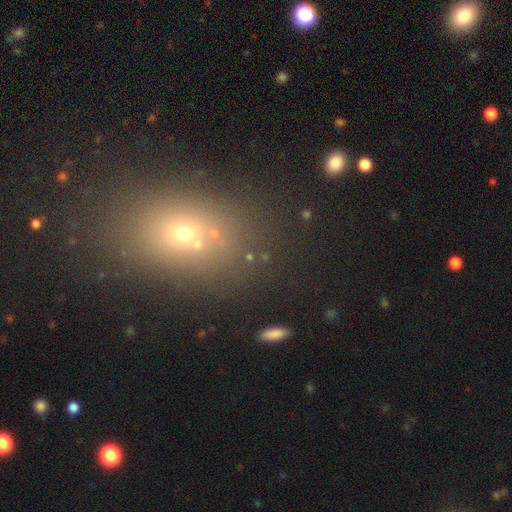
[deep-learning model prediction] smooth-or-featured: smooth: 51% | star or artifact: 33% | featured or disk: 17%
  how-rounded: in between: 60% | round: 37% | cigar-shaped: 3%
  merging: none: 64% | merger: 20% | minor disturbance: 10% | major disturbance: 6%